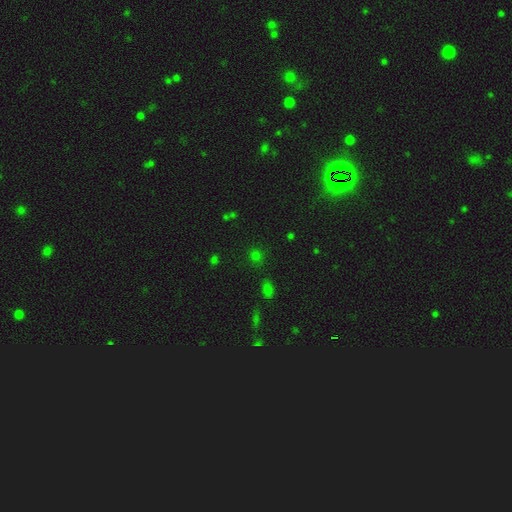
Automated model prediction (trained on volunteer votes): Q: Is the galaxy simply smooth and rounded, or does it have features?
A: smooth — 62%.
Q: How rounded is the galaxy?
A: round — 80%.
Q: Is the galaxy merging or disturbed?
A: none — 78%.